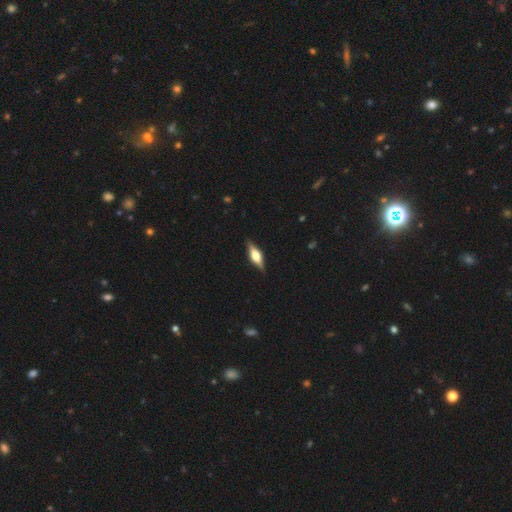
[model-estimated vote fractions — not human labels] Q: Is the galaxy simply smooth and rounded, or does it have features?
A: featured or disk — 70%.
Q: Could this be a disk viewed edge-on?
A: yes — 96%.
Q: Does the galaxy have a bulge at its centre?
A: rounded — 89%.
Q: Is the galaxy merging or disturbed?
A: none — 88%.